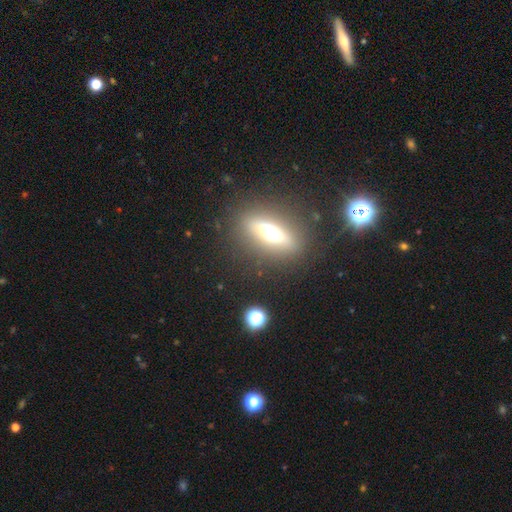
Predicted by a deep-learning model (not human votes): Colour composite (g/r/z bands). It shows a featured or disk galaxy (54%) viewed edge-on (80%). Merging: none (85%).